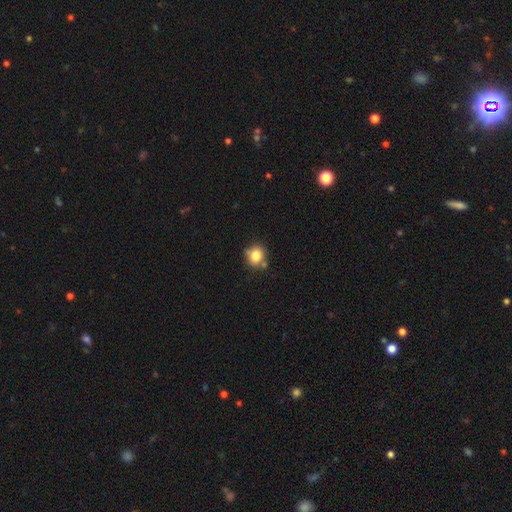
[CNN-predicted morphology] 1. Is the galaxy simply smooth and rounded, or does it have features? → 79% smooth, 11% star or artifact, 10% featured or disk.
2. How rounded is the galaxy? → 79% round, 20% in between, 1% cigar-shaped.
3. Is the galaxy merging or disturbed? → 70% none, 16% minor disturbance, 11% merger, 4% major disturbance.